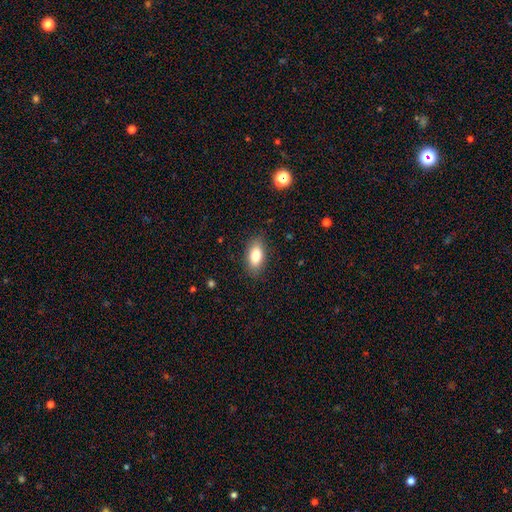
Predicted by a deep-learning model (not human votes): smooth-or-featured: smooth: 82% | featured or disk: 10% | star or artifact: 7%
  how-rounded: in between: 89% | cigar-shaped: 7% | round: 5%
  merging: none: 86% | minor disturbance: 11% | major disturbance: 3% | merger: 1%